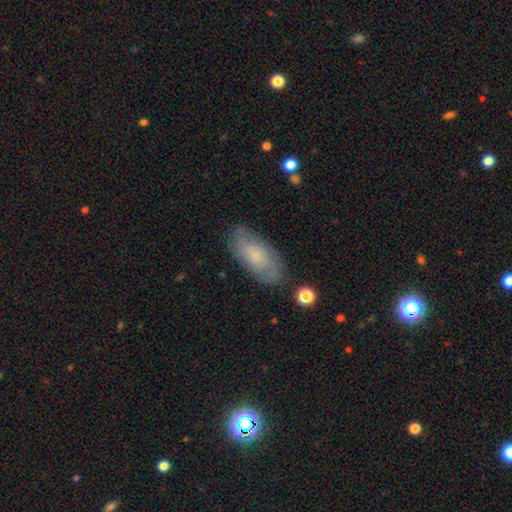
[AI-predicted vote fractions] This appears to be a featured or disk galaxy (50%). Merging: none (77%).